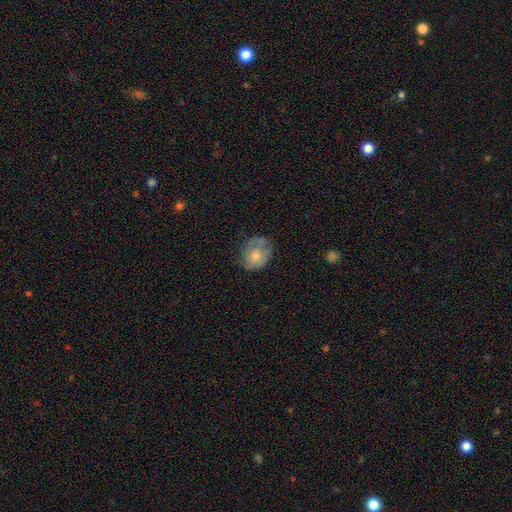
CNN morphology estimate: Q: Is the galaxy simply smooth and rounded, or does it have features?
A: smooth — 52%.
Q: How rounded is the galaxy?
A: round — 56%.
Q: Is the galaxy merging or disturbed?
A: none — 58%.